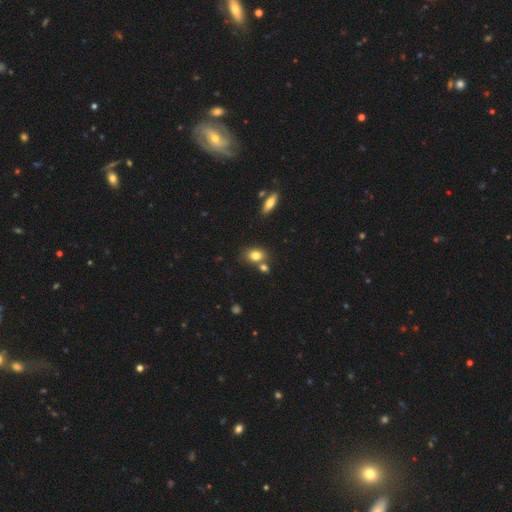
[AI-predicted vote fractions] A smooth galaxy with no disk features (79%) that is in between round and cigar-shaped (70%).

Vote fractions:
- Smooth or featured? smooth: 79% / featured or disk: 11% / star or artifact: 10%
- How rounded? in between: 70% / round: 28% / cigar-shaped: 2%
- Merging? none: 60% / merger: 25% / minor disturbance: 12% / major disturbance: 3%